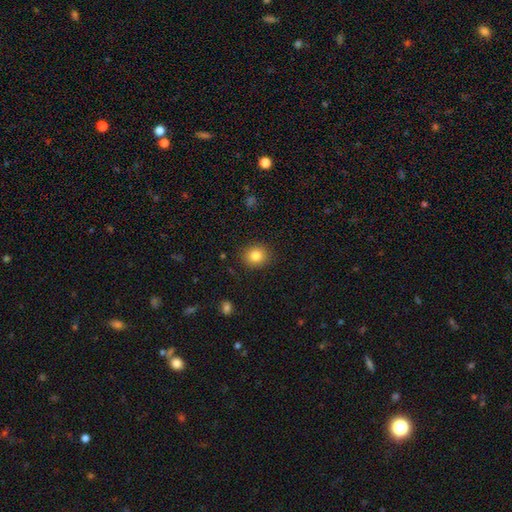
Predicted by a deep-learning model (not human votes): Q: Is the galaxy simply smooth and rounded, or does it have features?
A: smooth — 83%.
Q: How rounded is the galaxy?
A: round — 80%.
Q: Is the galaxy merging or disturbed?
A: none — 89%.